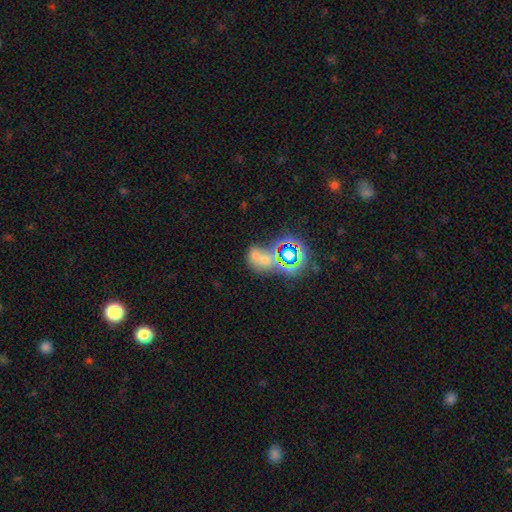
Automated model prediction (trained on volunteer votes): Overall: smooth (48%; star or artifact 37%). Merging: merger (50%; none 34%).